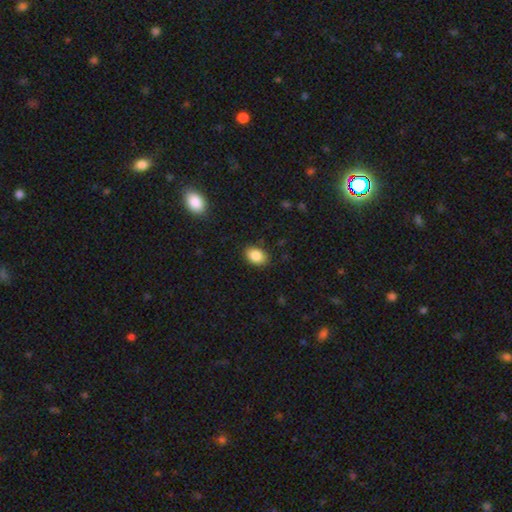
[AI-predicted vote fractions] Smooth or featured: smooth — 86% (star or artifact — 8%)
How rounded: in between — 79% (round — 20%)
Merging: none — 87% (minor disturbance — 10%)